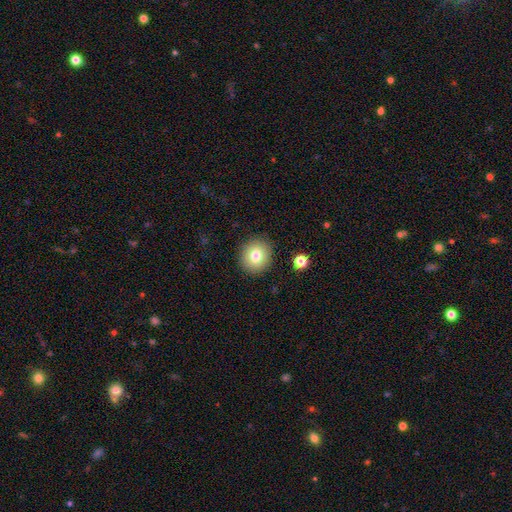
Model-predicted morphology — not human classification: Smooth or featured? smooth (78%)
How rounded? round (84%)
Merging? none (89%)